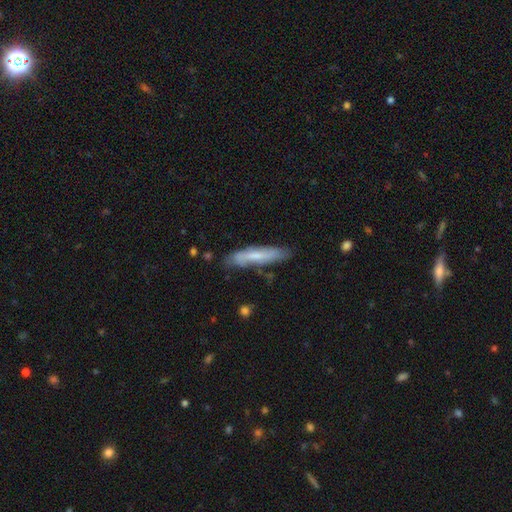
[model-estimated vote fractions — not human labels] Smooth or featured: smooth — 53% (featured or disk — 40%)
How rounded: cigar-shaped — 81% (in between — 18%)
Merging: none — 69% (minor disturbance — 23%)